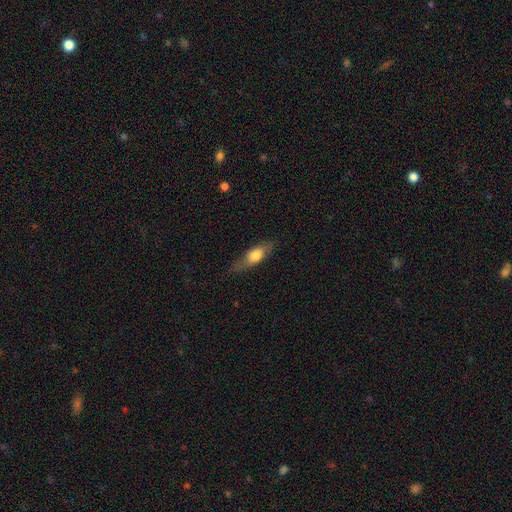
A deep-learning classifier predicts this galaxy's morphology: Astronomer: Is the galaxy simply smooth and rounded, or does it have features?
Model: smooth — 60%.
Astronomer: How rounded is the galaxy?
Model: in between — 56% (runner-up: cigar-shaped, 40%).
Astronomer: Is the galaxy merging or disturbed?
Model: none — 70%.